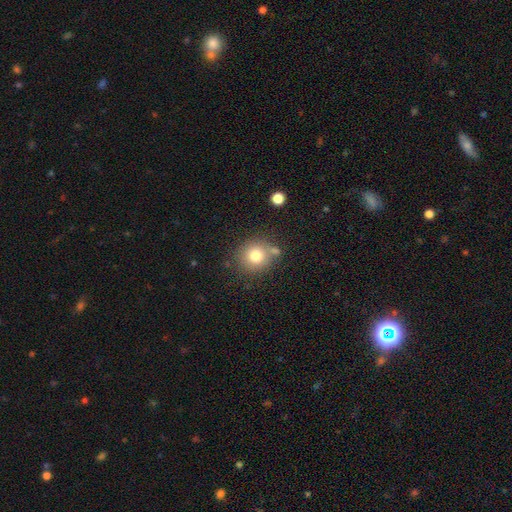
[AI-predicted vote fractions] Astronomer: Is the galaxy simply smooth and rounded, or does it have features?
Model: smooth — 78%.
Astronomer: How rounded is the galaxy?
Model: round — 88%.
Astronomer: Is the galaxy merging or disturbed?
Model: none — 69%.